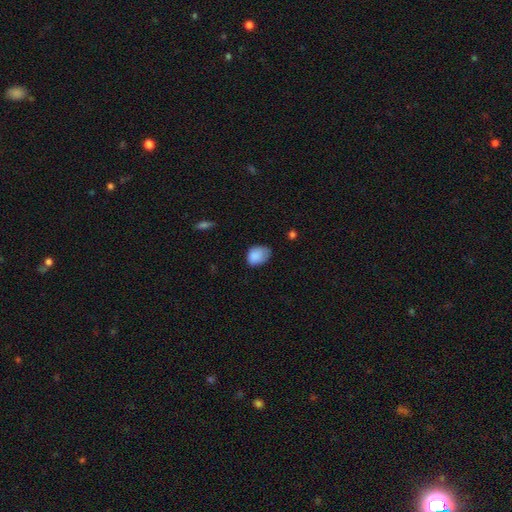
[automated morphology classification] smooth_or_featured: smooth (p=0.86) [alt: star or artifact p=0.08]
how_rounded: in between (p=0.69) [alt: round p=0.30]
merging: none (p=0.53) [alt: minor disturbance p=0.37]